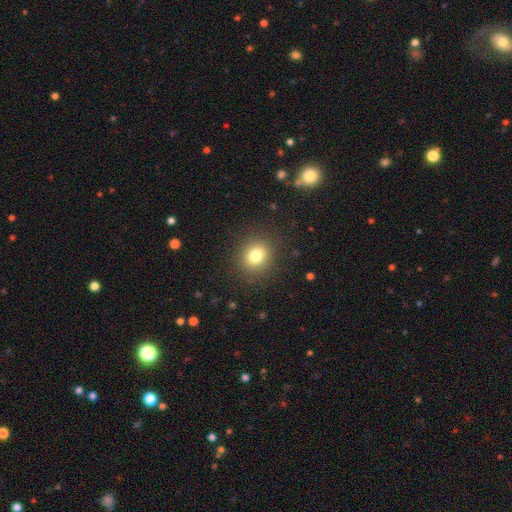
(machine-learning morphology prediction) Smooth or featured? smooth (79%)
How rounded? round (79%)
Merging? none (88%)